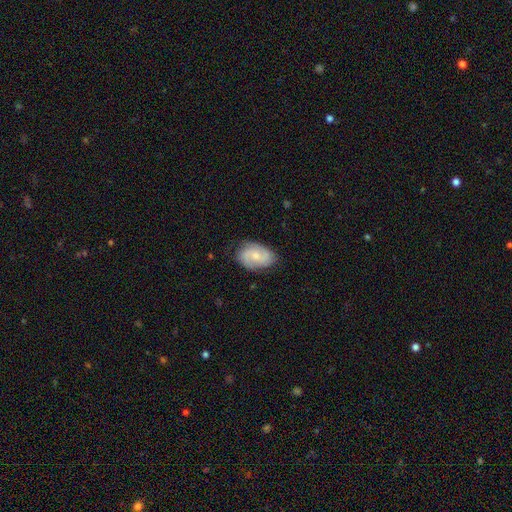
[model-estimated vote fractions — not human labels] Smooth or featured: featured or disk — 59% (smooth — 34%)
Edge-on disk: no — 97% (yes — 3%)
Bar: no — 62% (weak — 33%)
Spiral arms: yes — 92% (no — 8%)
Spiral winding: medium — 46% (tight — 35%)
Spiral arm count: 2 — 72% (can't tell — 14%)
Bulge size: small — 45% (moderate — 43%)
Merging: none — 75% (minor disturbance — 19%)